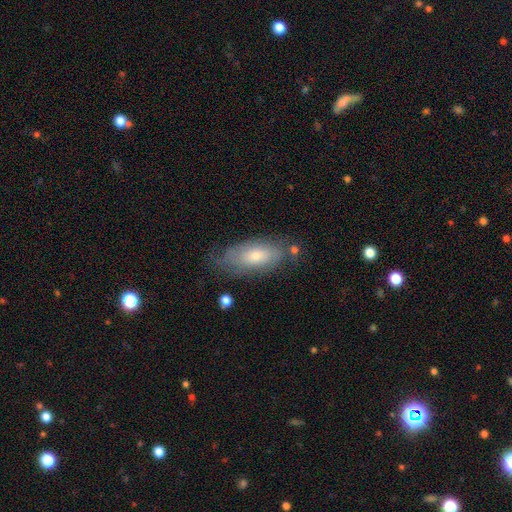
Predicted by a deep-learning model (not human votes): smooth 56%, featured or disk 37%, star or artifact 7%. Down the decision tree: how rounded — in between (83%); merging — none (67%).